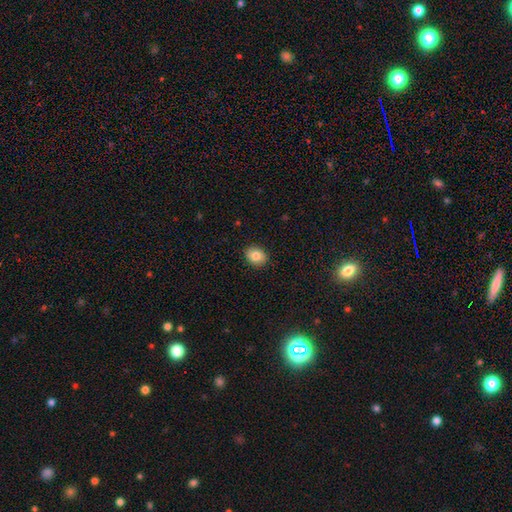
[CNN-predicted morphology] Smooth or featured? Predicted: smooth (p=0.83). How rounded? Predicted: round (p=0.51). Merging? Predicted: none (p=0.90).